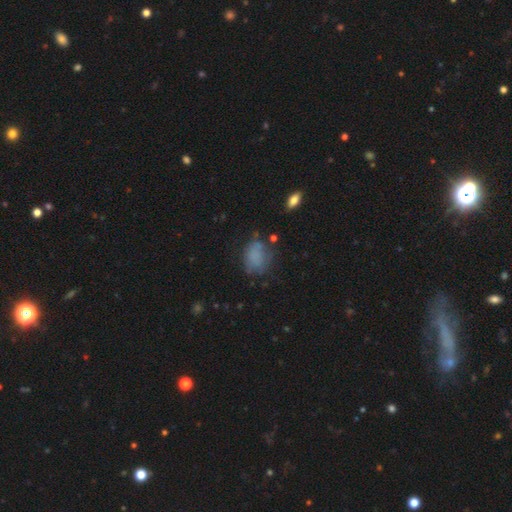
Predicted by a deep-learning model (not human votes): Smooth or featured: smooth — 70% (featured or disk — 17%)
How rounded: in between — 63% (round — 36%)
Merging: none — 54% (minor disturbance — 26%)